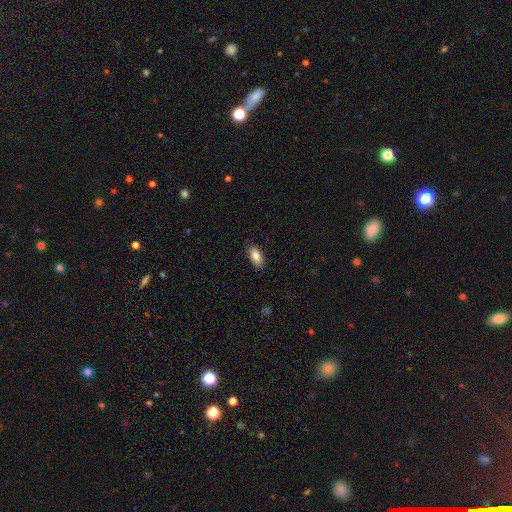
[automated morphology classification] Q: Smooth or featured?
A: smooth (84%); runner-up: featured or disk (9%)
Q: How rounded?
A: in between (91%); runner-up: cigar-shaped (6%)
Q: Merging?
A: none (86%); runner-up: minor disturbance (10%)